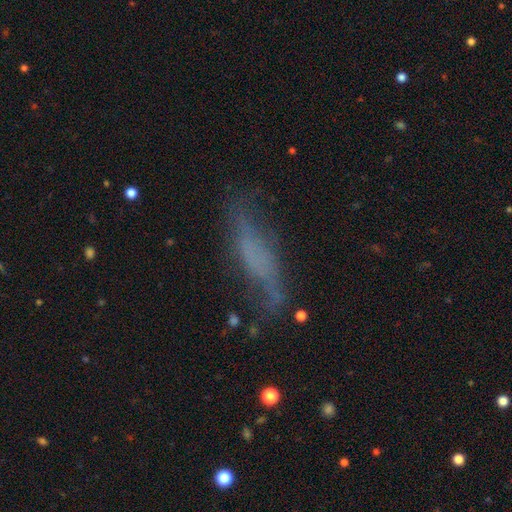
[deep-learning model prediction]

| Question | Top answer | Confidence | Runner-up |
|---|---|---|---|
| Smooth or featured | featured or disk | 48% | smooth (39%) |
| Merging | none | 51% | minor disturbance (28%) |